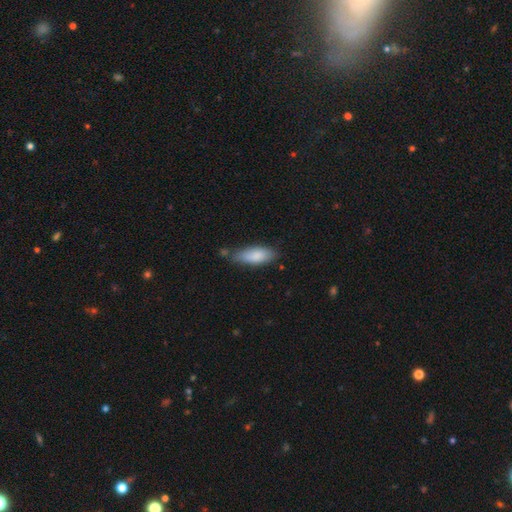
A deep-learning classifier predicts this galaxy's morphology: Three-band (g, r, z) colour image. It shows a smooth galaxy with no disk features (84%) that is in between round and cigar-shaped (69%). Merging: none (63%).